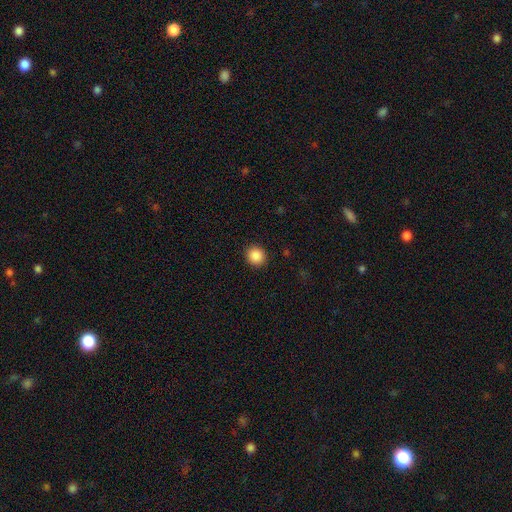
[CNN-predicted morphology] smooth 89%, star or artifact 9%, featured or disk 3%. Down the decision tree: how rounded — round (86%); merging — none (91%).